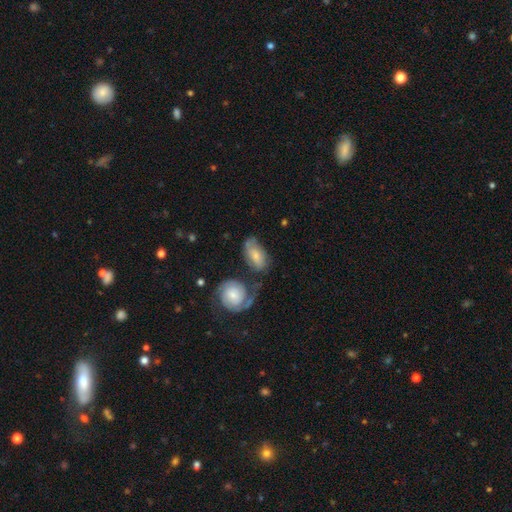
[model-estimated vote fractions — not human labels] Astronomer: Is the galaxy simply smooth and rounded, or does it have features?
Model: smooth — 49% (runner-up: featured or disk, 45%).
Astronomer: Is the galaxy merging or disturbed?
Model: none — 41% (runner-up: merger, 24%).